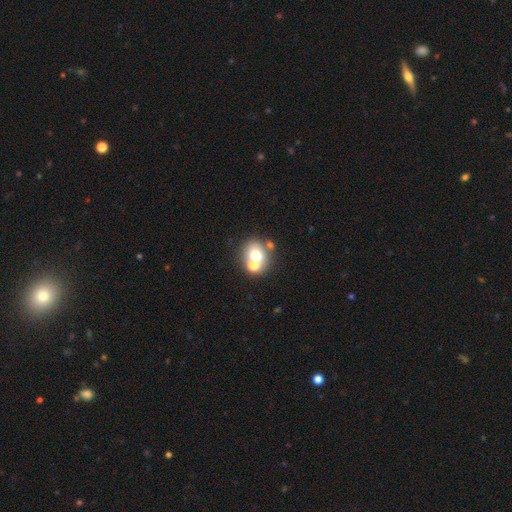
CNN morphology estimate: Q: Smooth or featured?
A: smooth (64%); runner-up: featured or disk (21%)
Q: How rounded?
A: round (72%); runner-up: in between (27%)
Q: Merging?
A: none (47%); runner-up: merger (41%)